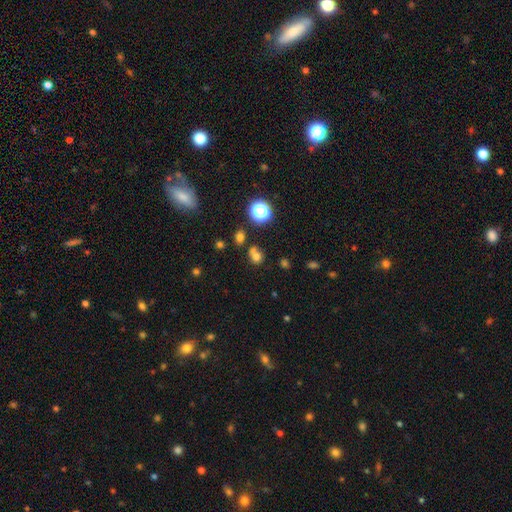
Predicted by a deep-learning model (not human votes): This is likely a smooth galaxy (68%). How rounded: likely round (77%). Merging: possibly none (51%).